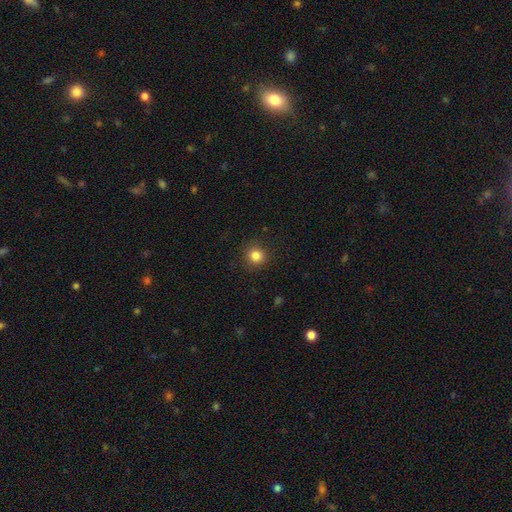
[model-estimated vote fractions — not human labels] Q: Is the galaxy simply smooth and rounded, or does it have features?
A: smooth — 84%.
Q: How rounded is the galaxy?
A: round — 90%.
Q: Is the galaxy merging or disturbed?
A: none — 89%.